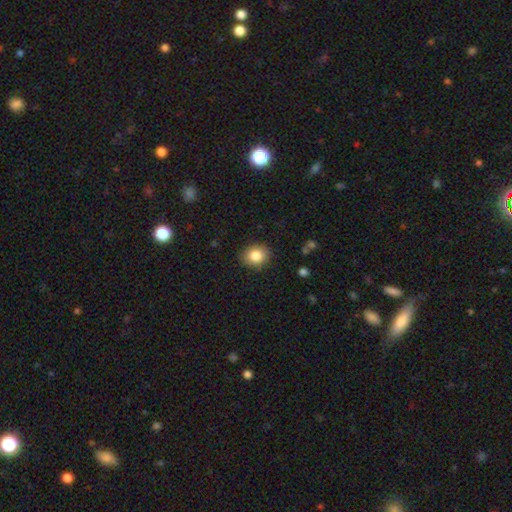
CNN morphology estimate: This is clearly a smooth galaxy (85%). How rounded: likely round (62%). Merging: clearly none (87%).